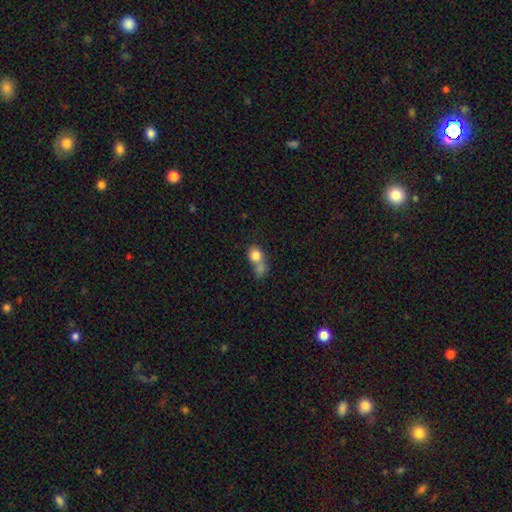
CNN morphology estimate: smooth 79%, featured or disk 12%, star or artifact 9%. Down the decision tree: how rounded — round (65%); merging — merger (59%).